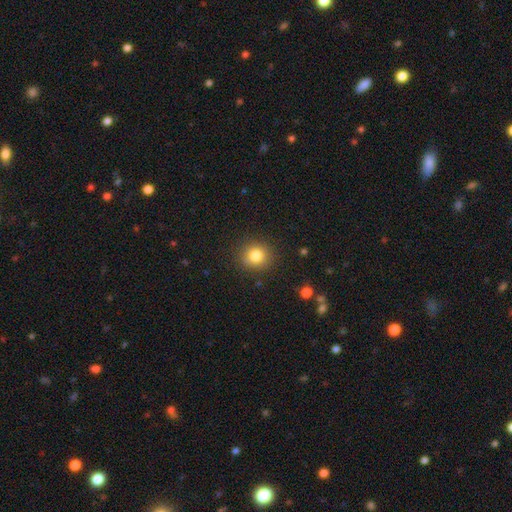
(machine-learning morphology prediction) Q: Smooth or featured?
A: smooth (82%); runner-up: star or artifact (11%)
Q: How rounded?
A: round (86%); runner-up: in between (13%)
Q: Merging?
A: none (89%); runner-up: minor disturbance (8%)